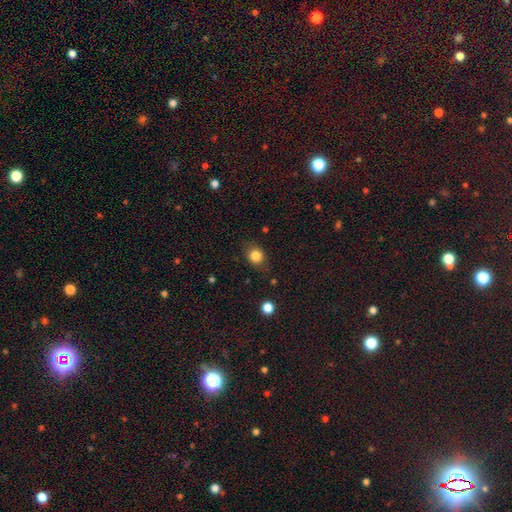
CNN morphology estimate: Smooth or featured: smooth — 82% (star or artifact — 10%)
How rounded: round — 60% (in between — 39%)
Merging: none — 75% (minor disturbance — 18%)